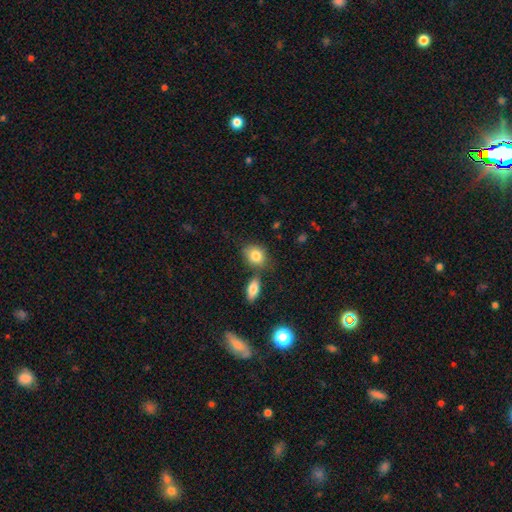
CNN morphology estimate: A smooth galaxy with no disk features (83%) that is in between round and cigar-shaped (56%).

Vote fractions:
- Smooth or featured? smooth: 83% / featured or disk: 9% / star or artifact: 8%
- How rounded? in between: 56% / round: 42% / cigar-shaped: 2%
- Merging? none: 62% / merger: 19% / minor disturbance: 15% / major disturbance: 4%